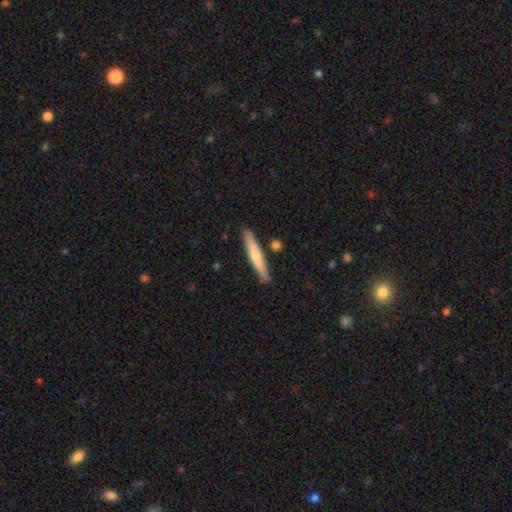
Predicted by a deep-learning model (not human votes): Smooth or featured: smooth — 58% (featured or disk — 37%)
How rounded: cigar-shaped — 93% (in between — 5%)
Merging: none — 86% (minor disturbance — 9%)